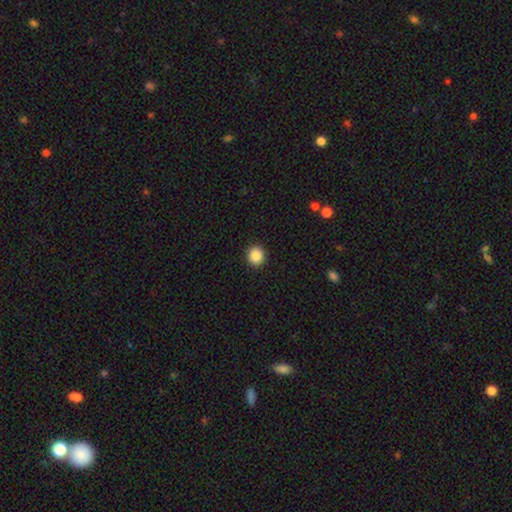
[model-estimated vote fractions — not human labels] A smooth galaxy with no disk features (88%) that is round (90%). Merging: none (93%).